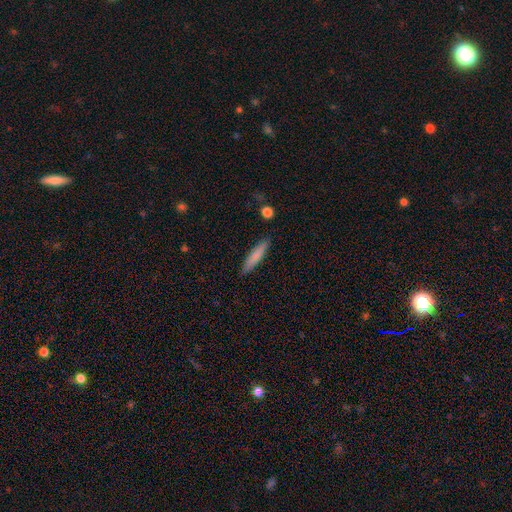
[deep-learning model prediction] Overall: smooth (79%). How rounded: cigar-shaped (88%). Merging: none (88%).